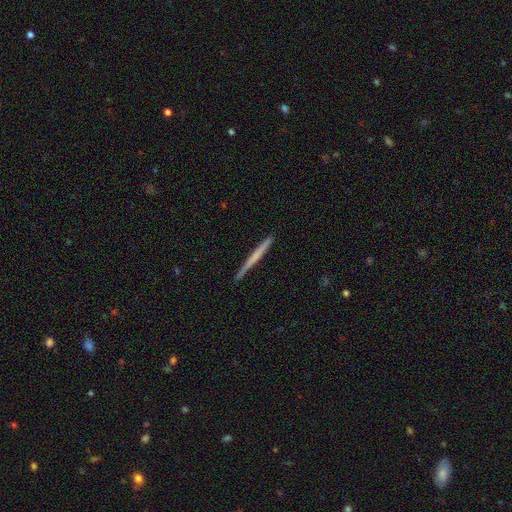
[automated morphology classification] A smooth galaxy with no disk features (49%).

Vote fractions:
- Smooth or featured? smooth: 49% / featured or disk: 45% / star or artifact: 6%
- Merging? none: 91% / minor disturbance: 7% / major disturbance: 1% / merger: 1%